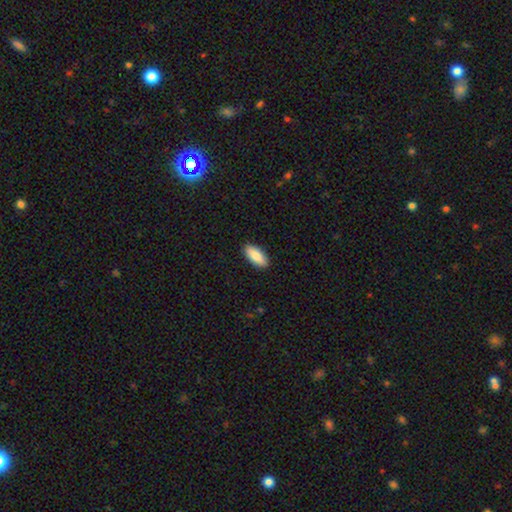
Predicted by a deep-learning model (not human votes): The model was most divided on "how rounded": in between: 86%, cigar-shaped: 12%, round: 2%. More confident: merging — none (90%); smooth or featured — smooth (86%).